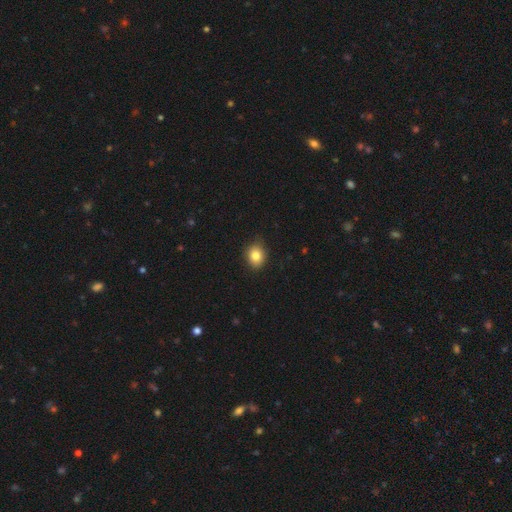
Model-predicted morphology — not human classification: smooth_or_featured: smooth (p=0.83) [alt: star or artifact p=0.10]
how_rounded: round (p=0.53) [alt: in between p=0.46]
merging: none (p=0.84) [alt: minor disturbance p=0.13]